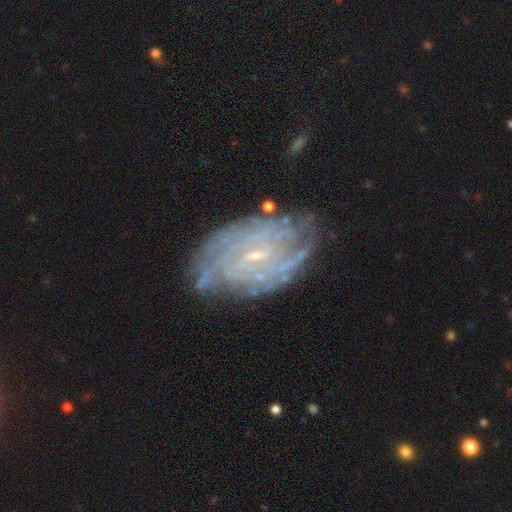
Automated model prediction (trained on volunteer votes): smooth-or-featured: featured or disk: 83% | smooth: 9% | star or artifact: 7%
  disk-edge-on: no: 96% | yes: 4%
    bar: weak: 49% | no: 38% | strong: 14%
    has-spiral-arms: yes: 91% | no: 9%
      spiral-winding: tight: 68% | medium: 24% | loose: 8%
      spiral-arm-count: can't tell: 46% | 4: 14% | 2: 13% | more than 4: 11% | 3: 10% | 1: 7%
    bulge-size: small: 82% | moderate: 11% | none: 5% | large: 1% | dominant: 1%
  merging: none: 72% | minor disturbance: 18% | major disturbance: 7% | merger: 2%